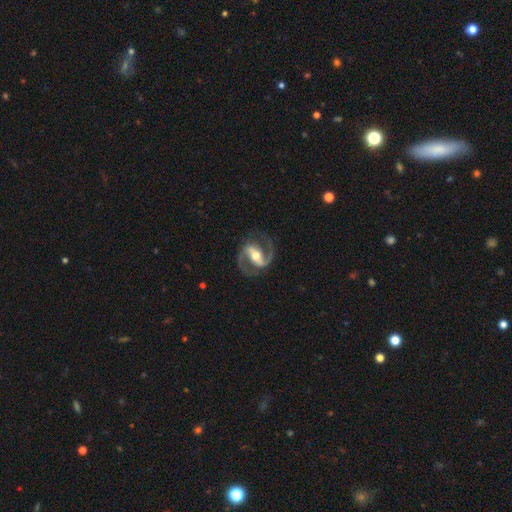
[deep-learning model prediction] This appears to be a featured or disk galaxy (92%) with a strong bar (60%), 2 (94%) medium (63%) spiral arms (97%) and a moderate central bulge (69%). Merging: none (82%).